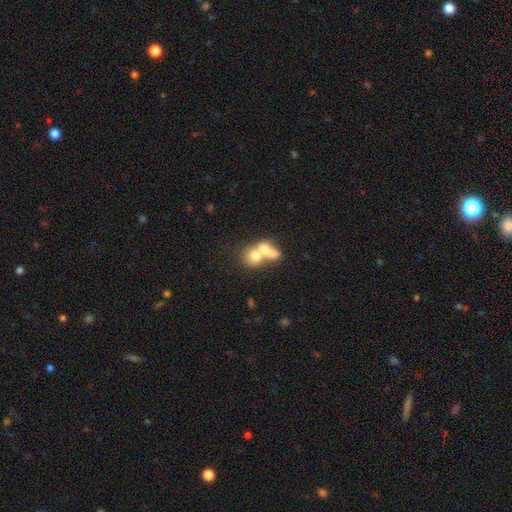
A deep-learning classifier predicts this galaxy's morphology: Smooth or featured? smooth (67%)
How rounded? round (50%)
Merging? merger (76%)